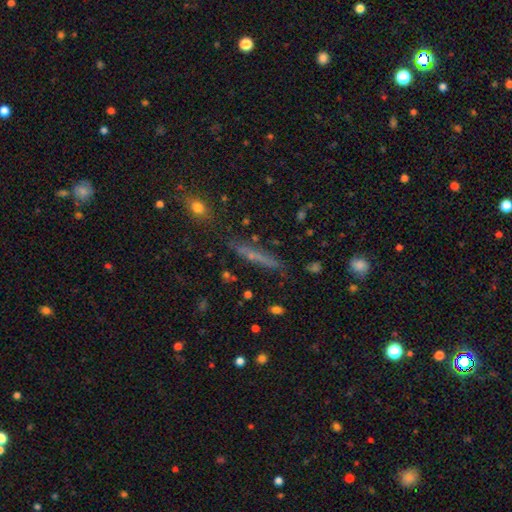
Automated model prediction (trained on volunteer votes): The model was most divided on "smooth or featured": smooth: 47%, featured or disk: 38%, star or artifact: 15%. More confident: merging — none (80%).